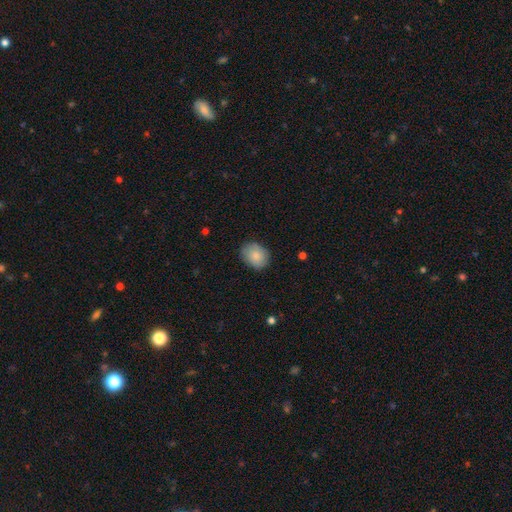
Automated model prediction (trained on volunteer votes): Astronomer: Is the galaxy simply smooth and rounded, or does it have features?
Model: smooth — 82%.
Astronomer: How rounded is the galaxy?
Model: in between — 54% (runner-up: round, 45%).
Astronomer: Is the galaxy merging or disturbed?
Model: none — 82%.